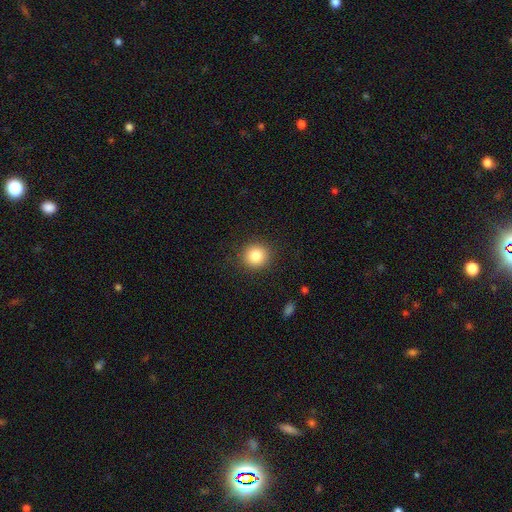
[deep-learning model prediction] Smooth or featured? Predicted: smooth (p=0.83). How rounded? Predicted: round (p=0.92). Merging? Predicted: none (p=0.90).